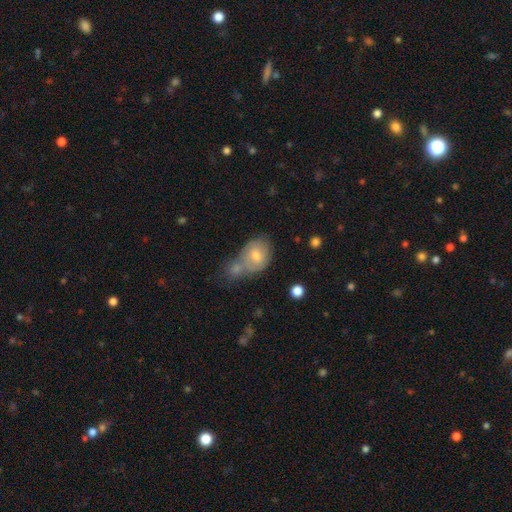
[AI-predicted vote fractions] Smooth or featured?
  - smooth: 67% *
  - featured or disk: 25%
  - star or artifact: 7%
How rounded?
  - in between: 64% *
  - round: 35%
  - cigar-shaped: 2%
Merging?
  - merger: 52% *
  - none: 29%
  - minor disturbance: 13%
  - major disturbance: 6%